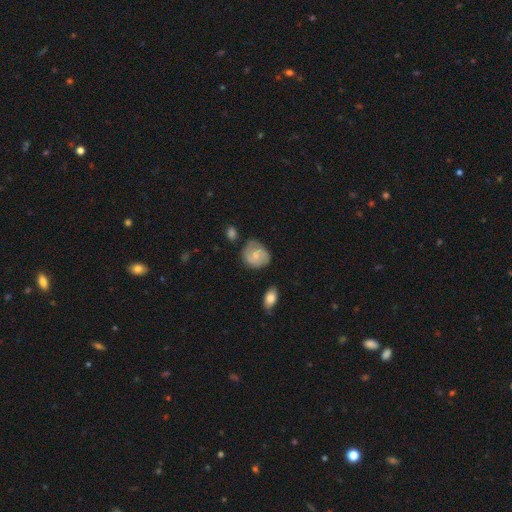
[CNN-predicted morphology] smooth_or_featured: featured or disk (p=0.51) [alt: smooth p=0.42]
disk_edge_on: no (p=0.97) [alt: yes p=0.03]
merging: none (p=0.63) [alt: minor disturbance p=0.27]